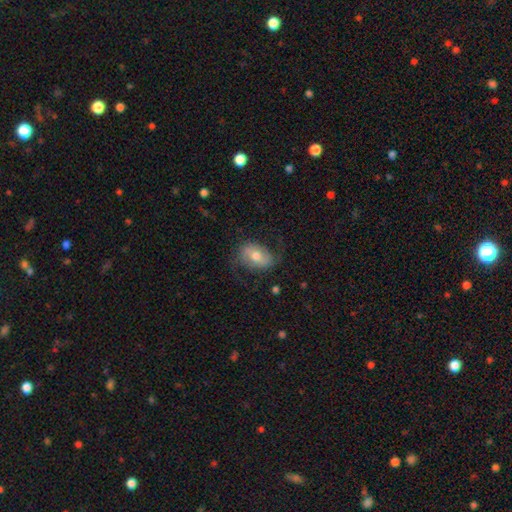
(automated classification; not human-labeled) Smooth or featured? Predicted: smooth (p=0.47). Merging? Predicted: none (p=0.66).